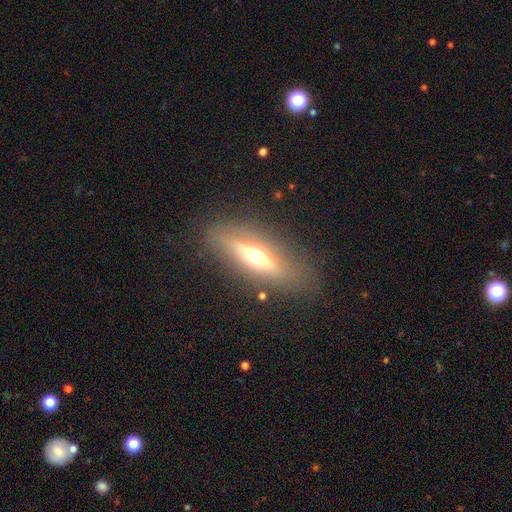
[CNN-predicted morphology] featured or disk 52%, smooth 40%, star or artifact 9%. Down the decision tree: edge-on disk — yes (77%); merging — none (80%).